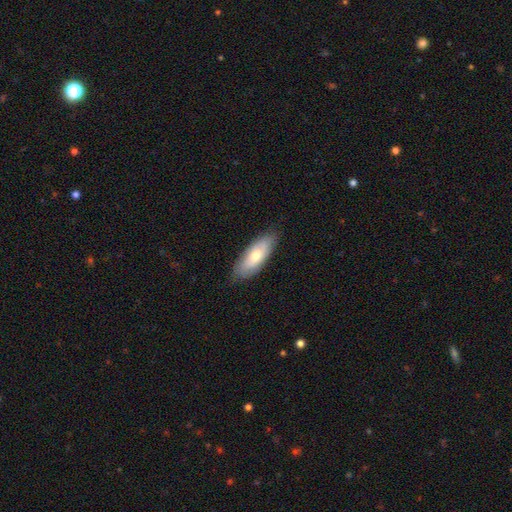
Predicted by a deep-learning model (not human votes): Smooth or featured? smooth (62%)
How rounded? in between (74%)
Merging? none (82%)